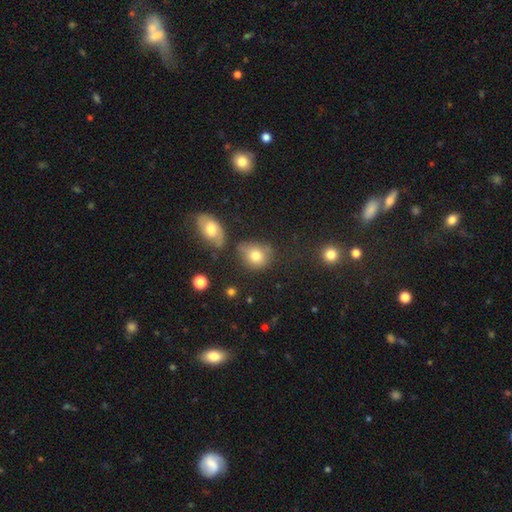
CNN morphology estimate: A smooth galaxy with no disk features (77%) that is round (57%). Merging: none (56%).